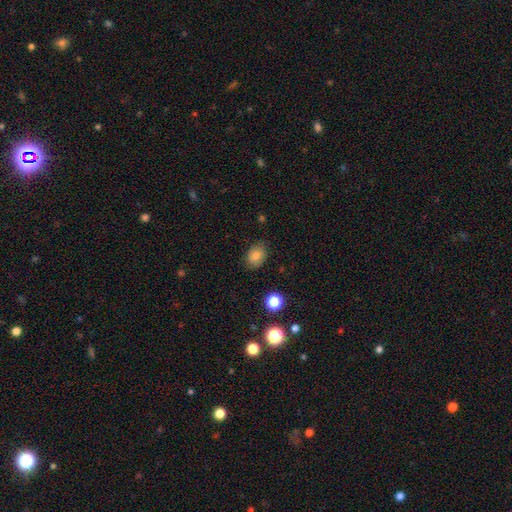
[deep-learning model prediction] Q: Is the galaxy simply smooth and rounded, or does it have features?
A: smooth — 81%.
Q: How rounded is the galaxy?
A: in between — 67%.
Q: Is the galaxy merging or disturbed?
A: none — 80%.